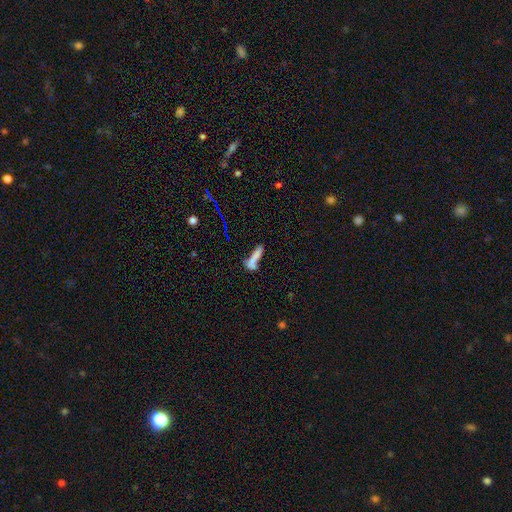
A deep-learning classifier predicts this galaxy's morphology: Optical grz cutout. It shows a smooth galaxy with no disk features (68%) that is cigar-shaped (81%). Merging: none (47%).